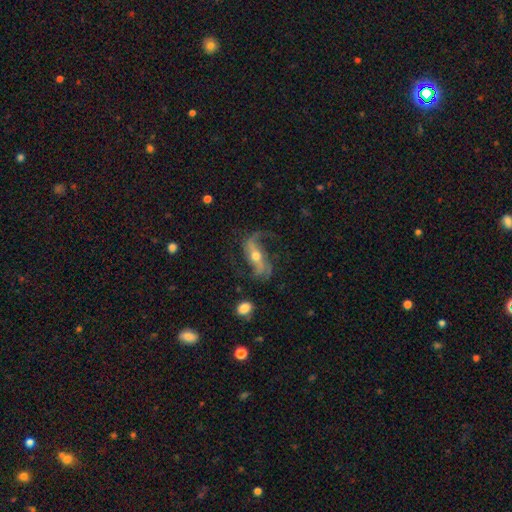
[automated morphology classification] smooth-or-featured: featured or disk: 81% | smooth: 12% | star or artifact: 7%
  disk-edge-on: no: 84% | yes: 16%
    bar: strong: 43% | no: 30% | weak: 26%
    has-spiral-arms: yes: 92% | no: 8%
      spiral-winding: loose: 74% | medium: 20% | tight: 6%
      spiral-arm-count: 2: 84% | 1: 7% | can't tell: 4% | 3: 2% | 4: 1% | more than 4: 1%
    bulge-size: moderate: 57% | small: 37% | large: 3% | none: 1% | dominant: 1%
  merging: none: 57% | major disturbance: 20% | minor disturbance: 20% | merger: 3%